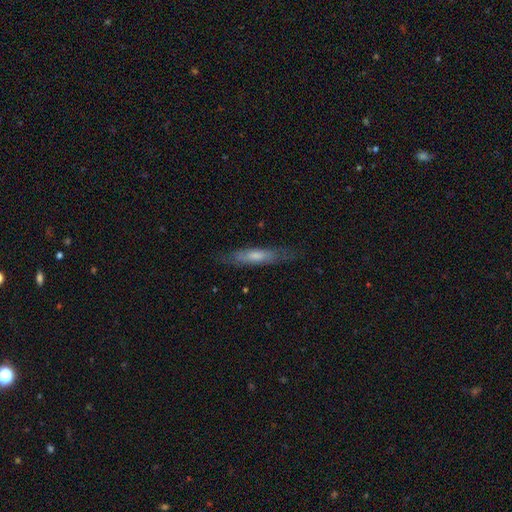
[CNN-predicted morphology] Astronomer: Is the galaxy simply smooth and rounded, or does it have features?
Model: smooth — 54% (runner-up: featured or disk, 40%).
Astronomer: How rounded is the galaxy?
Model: cigar-shaped — 78%.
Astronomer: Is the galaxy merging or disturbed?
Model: none — 75%.